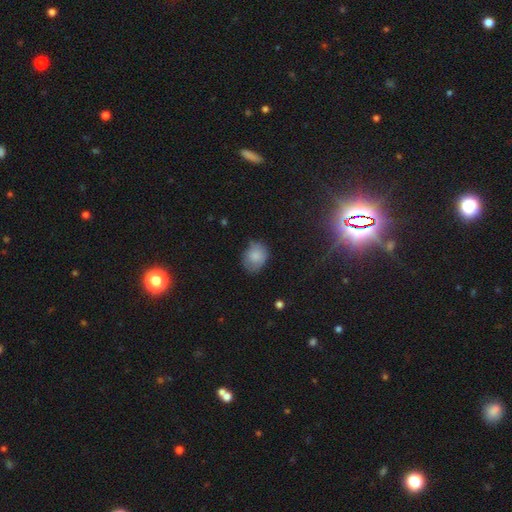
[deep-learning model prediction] smooth_or_featured: smooth (p=0.82) [alt: featured or disk p=0.10]
how_rounded: round (p=0.53) [alt: in between p=0.46]
merging: none (p=0.64) [alt: minor disturbance p=0.28]